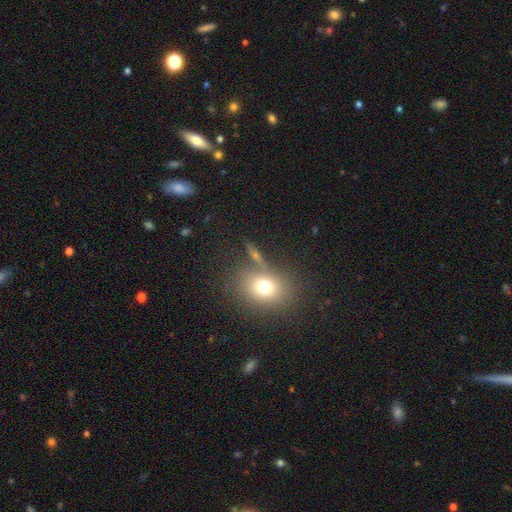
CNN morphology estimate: smooth 60%, featured or disk 21%, star or artifact 19%. Down the decision tree: how rounded — in between (50%); merging — none (70%).